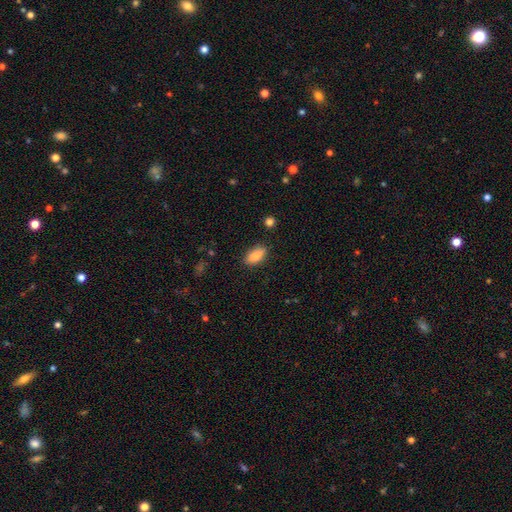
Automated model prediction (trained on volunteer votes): Smooth or featured? smooth (84%)
How rounded? in between (88%)
Merging? none (85%)